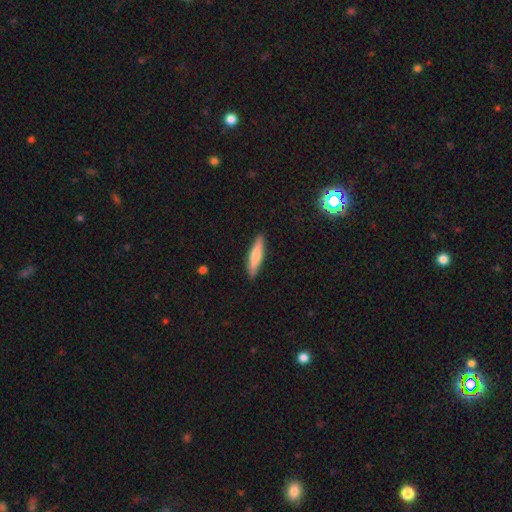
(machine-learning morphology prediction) smooth-or-featured: smooth: 70% | featured or disk: 24% | star or artifact: 6%
  how-rounded: cigar-shaped: 80% | in between: 18% | round: 2%
  merging: none: 88% | minor disturbance: 9% | major disturbance: 2% | merger: 1%